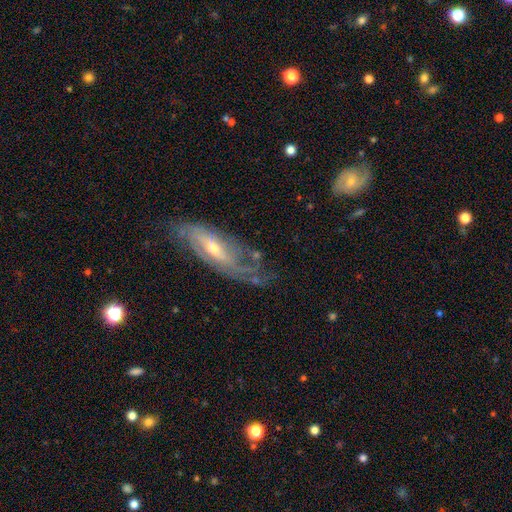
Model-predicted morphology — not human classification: featured or disk 77%, smooth 16%, star or artifact 7%. Down the decision tree: edge-on disk — no (81%); bar — no (41%); spiral arms — yes (85%); spiral arm count — can't tell (39%); spiral winding — tight (39%); bulge size — moderate (48%); merging — none (52%).